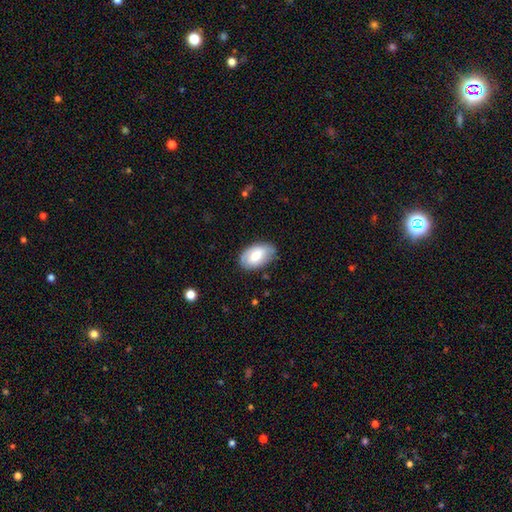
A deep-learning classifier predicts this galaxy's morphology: smooth_or_featured: smooth (p=0.68) [alt: featured or disk p=0.26]
how_rounded: in between (p=0.93) [alt: round p=0.06]
merging: none (p=0.77) [alt: minor disturbance p=0.18]